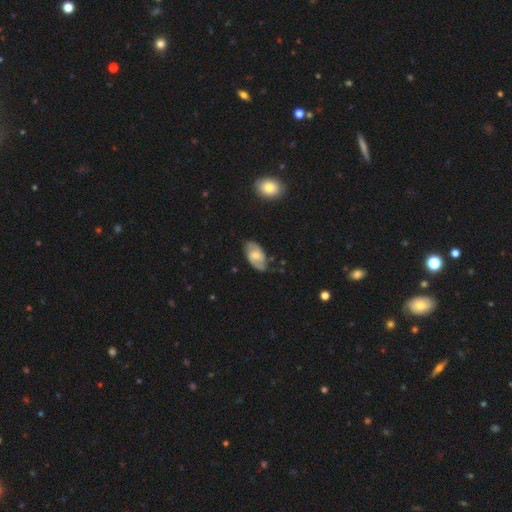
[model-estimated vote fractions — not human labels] A featured or disk galaxy (65%) with a weak bar (48%), 2 (85%) medium (48%) spiral arms (89%) and a small central bulge (42%, tied with moderate). Merging: none (76%).